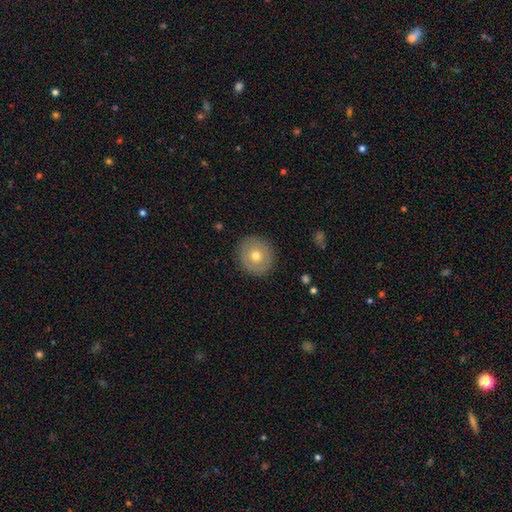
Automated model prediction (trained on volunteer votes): A smooth galaxy with no disk features (64%) that is round (87%).

Vote fractions:
- Smooth or featured? smooth: 64% / featured or disk: 28% / star or artifact: 8%
- How rounded? round: 87% / in between: 12% / cigar-shaped: 1%
- Merging? none: 89% / minor disturbance: 8% / major disturbance: 2% / merger: 1%